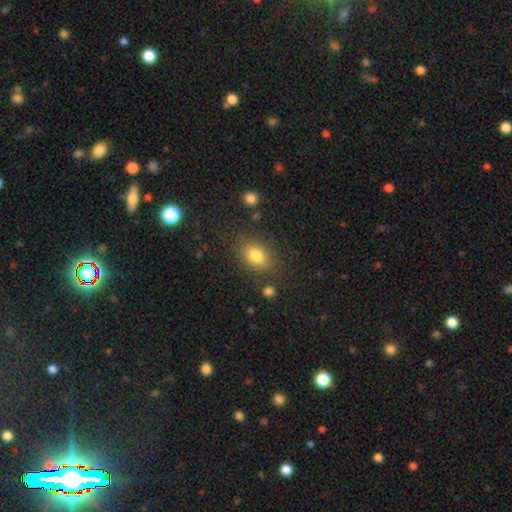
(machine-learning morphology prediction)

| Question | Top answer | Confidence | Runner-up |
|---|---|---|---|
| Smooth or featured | smooth | 81% | star or artifact (11%) |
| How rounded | in between | 67% | round (31%) |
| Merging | none | 80% | minor disturbance (13%) |